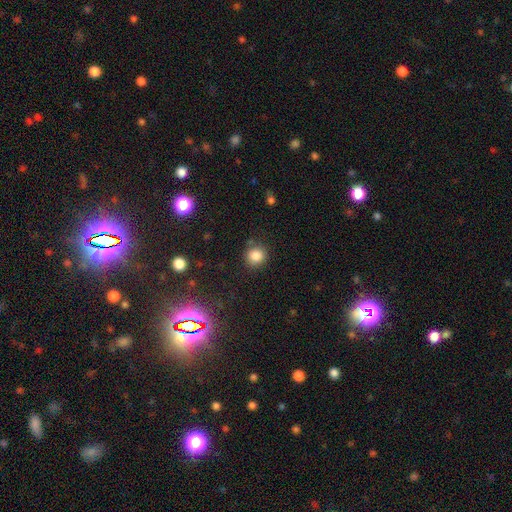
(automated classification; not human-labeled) This appears to be a smooth galaxy with no disk features (84%) that is round (87%). Merging: none (83%).